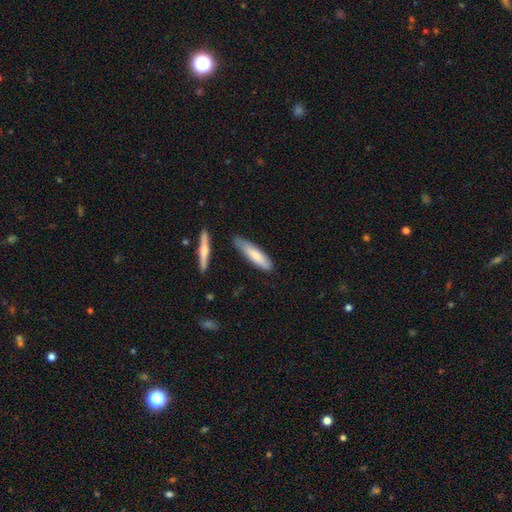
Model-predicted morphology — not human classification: Q: Smooth or featured?
A: smooth (76%); runner-up: featured or disk (19%)
Q: How rounded?
A: cigar-shaped (72%); runner-up: in between (27%)
Q: Merging?
A: none (74%); runner-up: minor disturbance (18%)